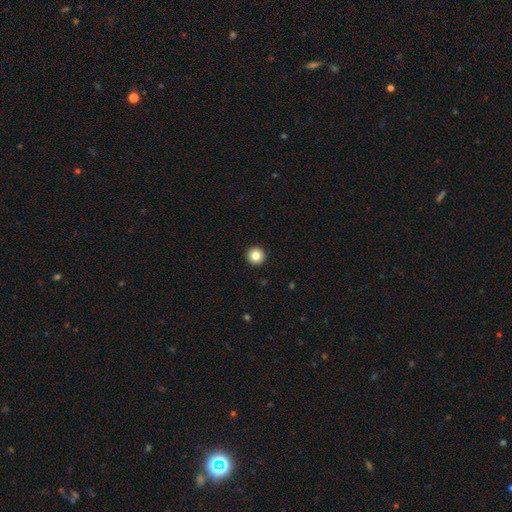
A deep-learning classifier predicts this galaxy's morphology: smooth 84%, star or artifact 10%, featured or disk 6%. Down the decision tree: how rounded — round (97%); merging — none (94%).